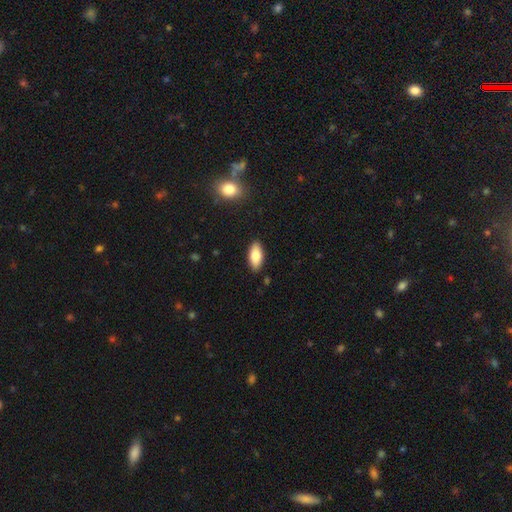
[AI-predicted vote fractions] smooth_or_featured: smooth (p=0.81) [alt: featured or disk p=0.13]
how_rounded: in between (p=0.87) [alt: cigar-shaped p=0.11]
merging: none (p=0.89) [alt: minor disturbance p=0.08]